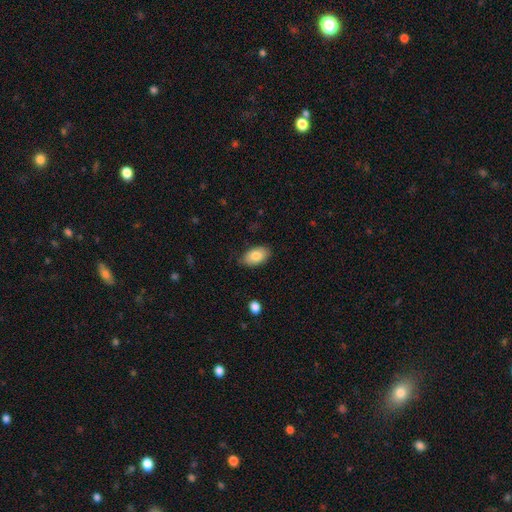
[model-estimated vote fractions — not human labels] Q: Smooth or featured?
A: smooth (81%); runner-up: featured or disk (12%)
Q: How rounded?
A: in between (93%); runner-up: round (6%)
Q: Merging?
A: none (80%); runner-up: minor disturbance (16%)